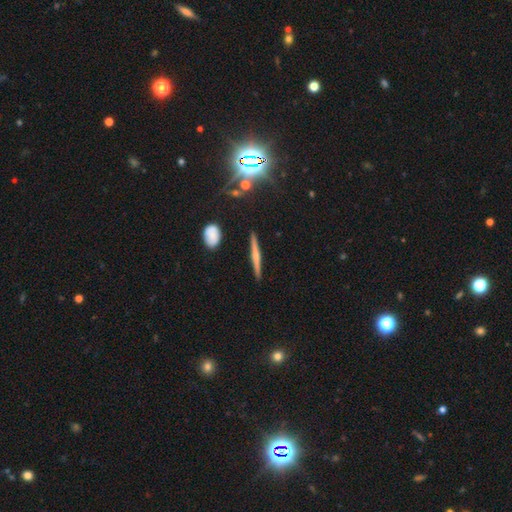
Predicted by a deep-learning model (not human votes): featured or disk 57%, smooth 35%, star or artifact 8%. Down the decision tree: edge-on disk — yes (97%); edge-on bulge — rounded (58%); merging — none (90%).